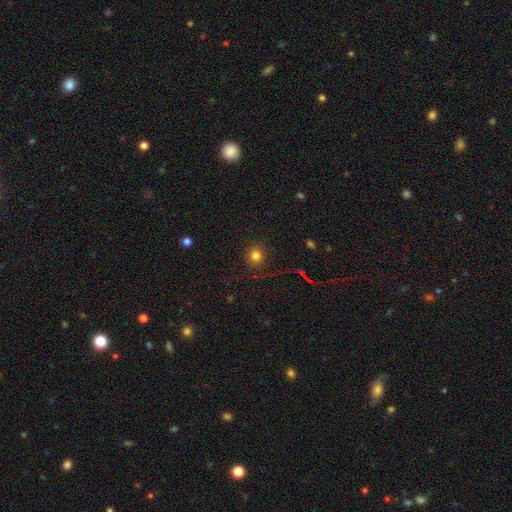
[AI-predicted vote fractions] The model was most divided on "how rounded": round: 81%, in between: 18%, cigar-shaped: 1%. More confident: merging — none (84%); smooth or featured — smooth (80%).